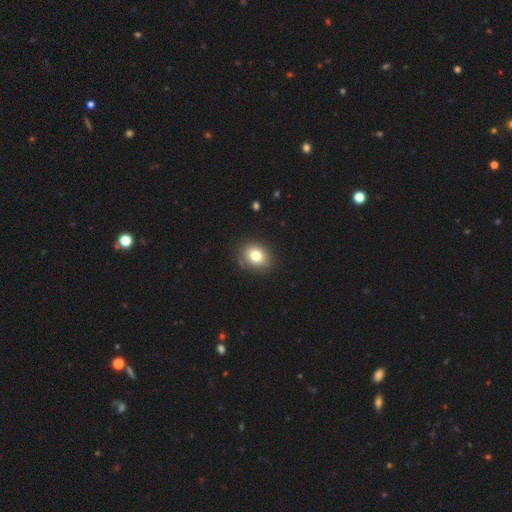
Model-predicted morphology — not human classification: Smooth or featured?
  - smooth: 80% *
  - featured or disk: 10%
  - star or artifact: 10%
How rounded?
  - round: 54% *
  - in between: 45%
  - cigar-shaped: 1%
Merging?
  - none: 83% *
  - minor disturbance: 12%
  - major disturbance: 3%
  - merger: 1%